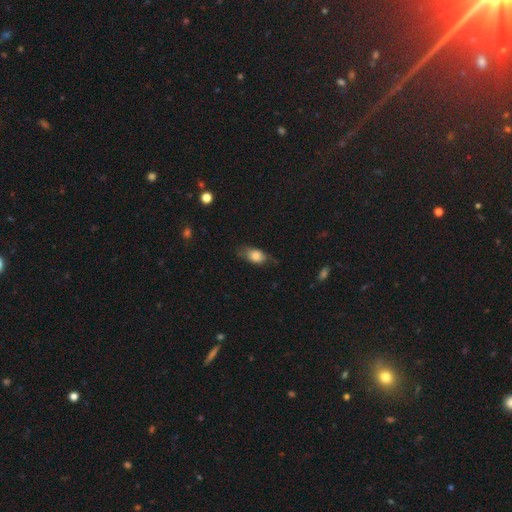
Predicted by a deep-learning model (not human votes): Q: Smooth or featured?
A: smooth (76%); runner-up: featured or disk (16%)
Q: How rounded?
A: in between (82%); runner-up: round (11%)
Q: Merging?
A: none (63%); runner-up: minor disturbance (27%)